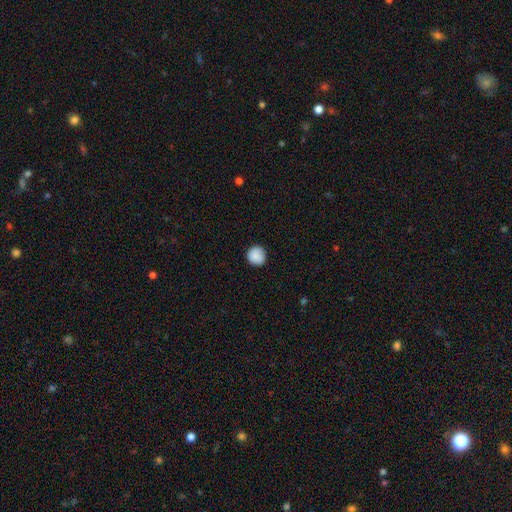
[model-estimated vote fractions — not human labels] A smooth galaxy with no disk features (87%) that is round (94%). Merging: none (88%).